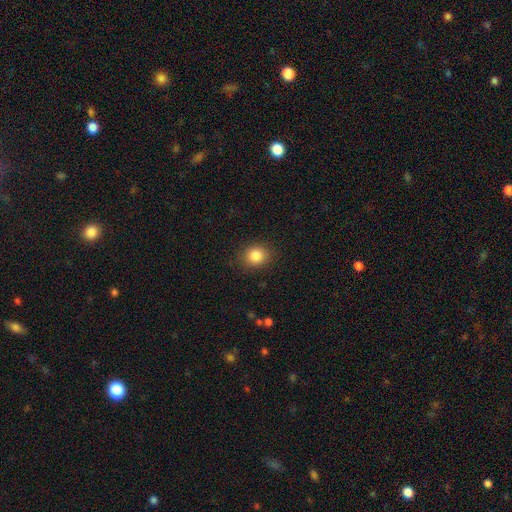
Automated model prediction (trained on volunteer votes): smooth_or_featured: smooth (p=0.85) [alt: star or artifact p=0.10]
how_rounded: round (p=0.72) [alt: in between p=0.27]
merging: none (p=0.87) [alt: minor disturbance p=0.09]